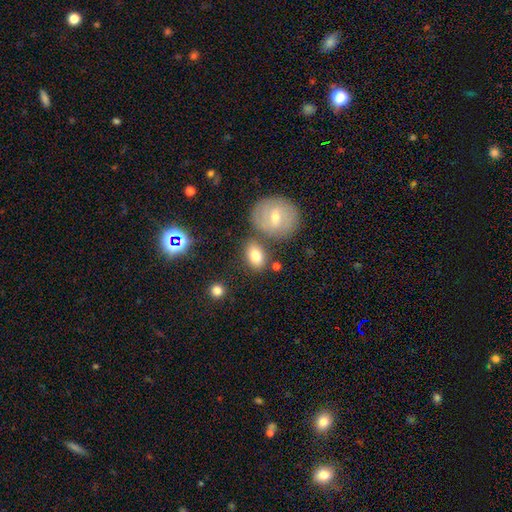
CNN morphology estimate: Smooth or featured? smooth (77%)
How rounded? in between (76%)
Merging? none (70%)